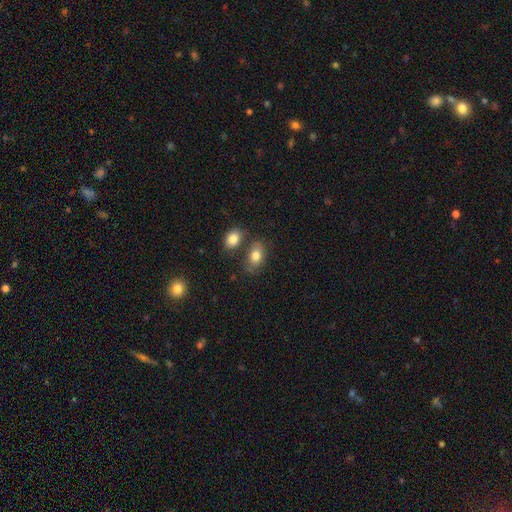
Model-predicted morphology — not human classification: This is clearly a smooth galaxy (81%). How rounded: clearly in between (85%). Merging: likely none (62%).